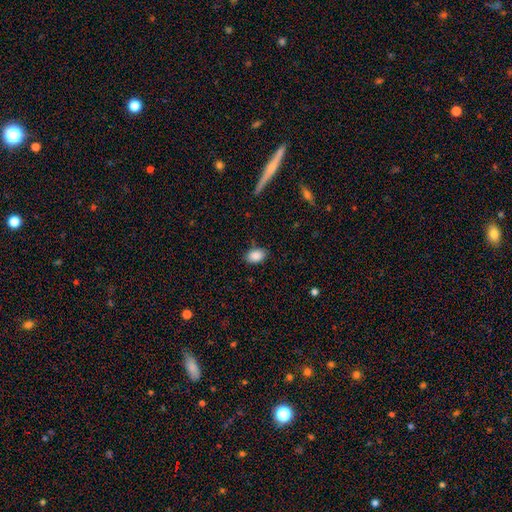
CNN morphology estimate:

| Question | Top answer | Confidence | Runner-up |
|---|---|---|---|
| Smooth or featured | smooth | 88% | star or artifact (8%) |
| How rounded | in between | 85% | round (14%) |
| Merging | none | 80% | minor disturbance (15%) |